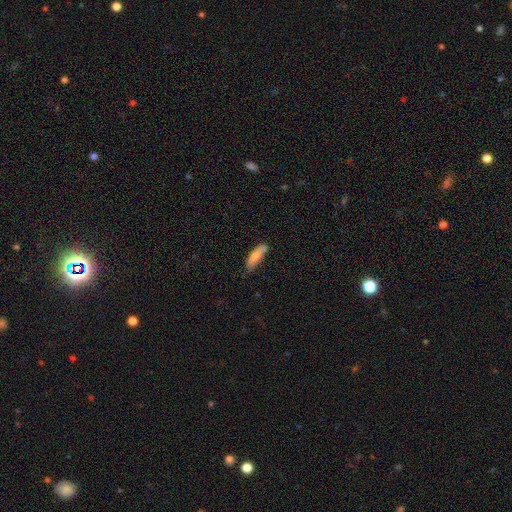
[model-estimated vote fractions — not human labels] Smooth or featured: smooth — 76% (featured or disk — 17%)
How rounded: in between — 53% (cigar-shaped — 45%)
Merging: none — 58% (minor disturbance — 30%)